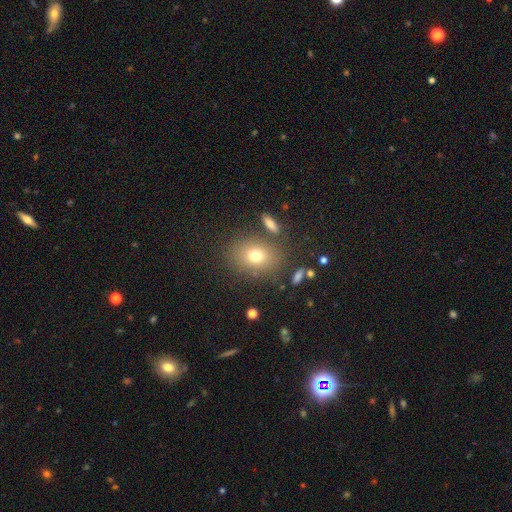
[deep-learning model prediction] smooth-or-featured: smooth: 73% | featured or disk: 14% | star or artifact: 13%
  how-rounded: in between: 58% | round: 41% | cigar-shaped: 1%
  merging: none: 78% | minor disturbance: 11% | merger: 6% | major disturbance: 5%